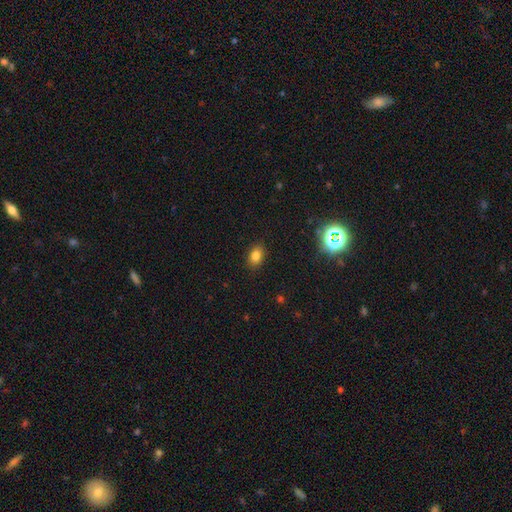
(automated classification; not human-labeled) A smooth galaxy with no disk features (80%) that is in between round and cigar-shaped (75%). Merging: none (87%).